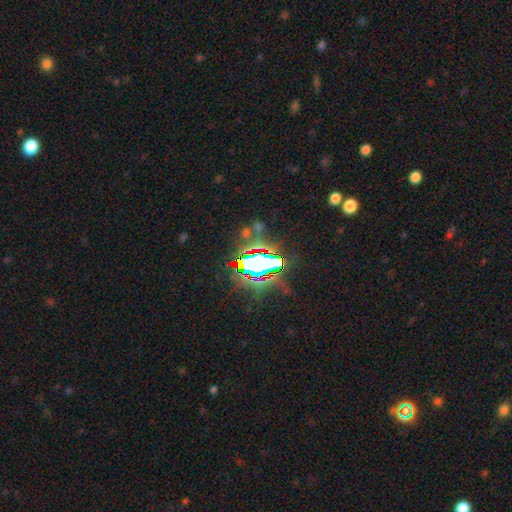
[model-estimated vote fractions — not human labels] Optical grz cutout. It shows a star or artifact, not a galaxy (84%).